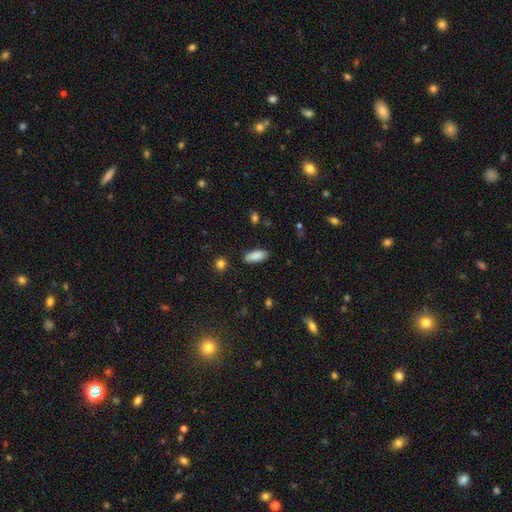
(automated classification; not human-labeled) This is clearly a smooth galaxy (88%). How rounded: clearly in between (81%). Merging: clearly none (85%).